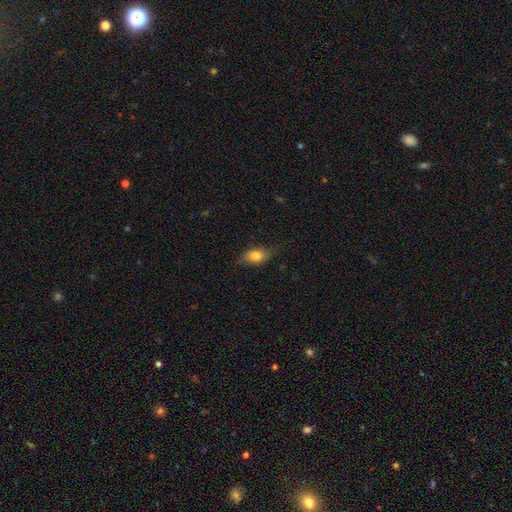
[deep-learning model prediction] smooth-or-featured: smooth: 76% | featured or disk: 16% | star or artifact: 8%
  how-rounded: in between: 80% | round: 14% | cigar-shaped: 5%
  merging: none: 72% | minor disturbance: 22% | major disturbance: 5% | merger: 1%